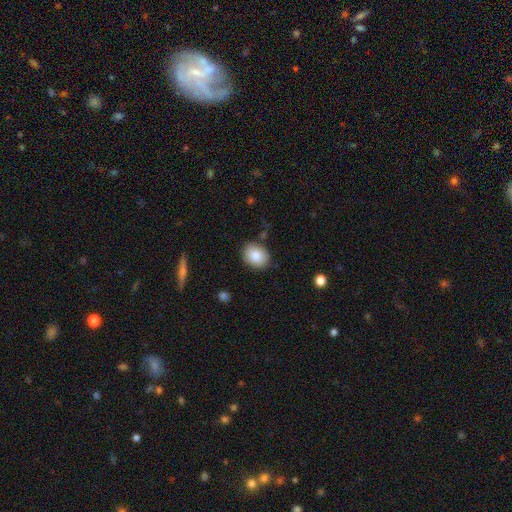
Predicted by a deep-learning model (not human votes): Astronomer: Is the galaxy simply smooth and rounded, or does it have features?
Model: smooth — 82%.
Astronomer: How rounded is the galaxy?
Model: in between — 55% (runner-up: round, 44%).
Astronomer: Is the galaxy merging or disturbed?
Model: none — 85%.